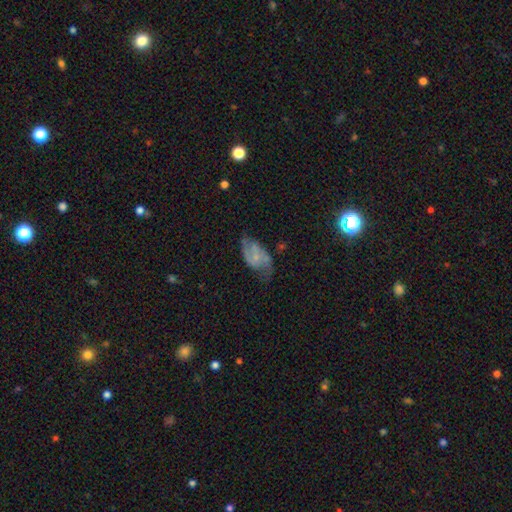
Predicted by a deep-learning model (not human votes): Smooth or featured? Predicted: featured or disk (p=0.69). Edge-on disk? Predicted: no (p=0.96). Bar? Predicted: no (p=0.48). Spiral arms? Predicted: yes (p=0.88). Spiral winding? Predicted: medium (p=0.47). Spiral arm count? Predicted: 2 (p=0.83). Bulge size? Predicted: small (p=0.61). Merging? Predicted: none (p=0.55).